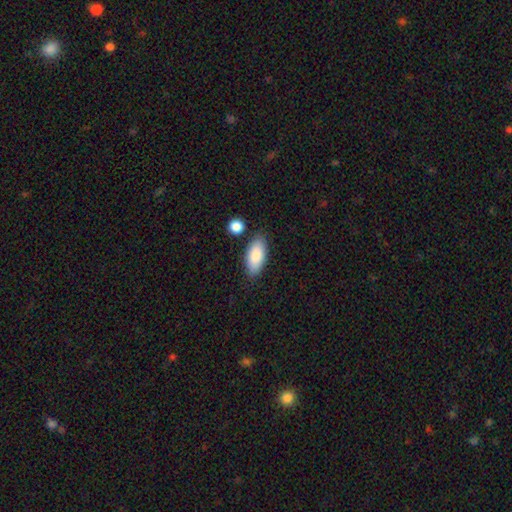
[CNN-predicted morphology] Q: Smooth or featured?
A: smooth (86%); runner-up: featured or disk (9%)
Q: How rounded?
A: in between (88%); runner-up: cigar-shaped (10%)
Q: Merging?
A: none (81%); runner-up: minor disturbance (11%)